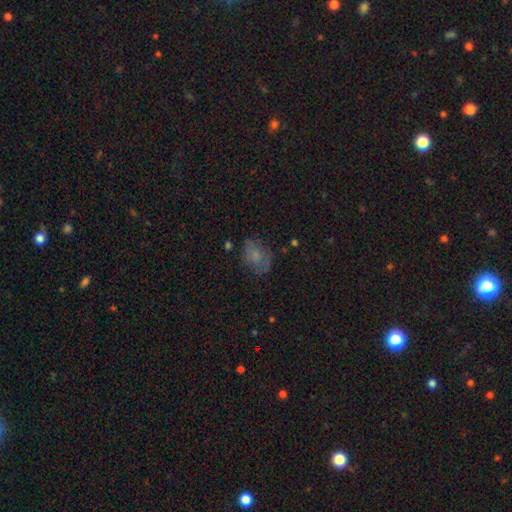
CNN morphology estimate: Overall: smooth (67%). How rounded: in between (70%). Merging: none (60%; minor disturbance 25%).